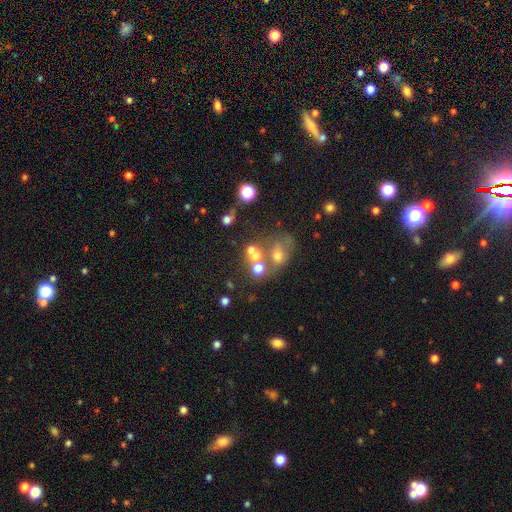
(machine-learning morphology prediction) Smooth or featured?
  - smooth: 53% *
  - featured or disk: 24%
  - star or artifact: 22%
How rounded?
  - round: 65% *
  - in between: 34%
  - cigar-shaped: 2%
Merging?
  - merger: 41% *
  - none: 39%
  - minor disturbance: 11%
  - major disturbance: 9%